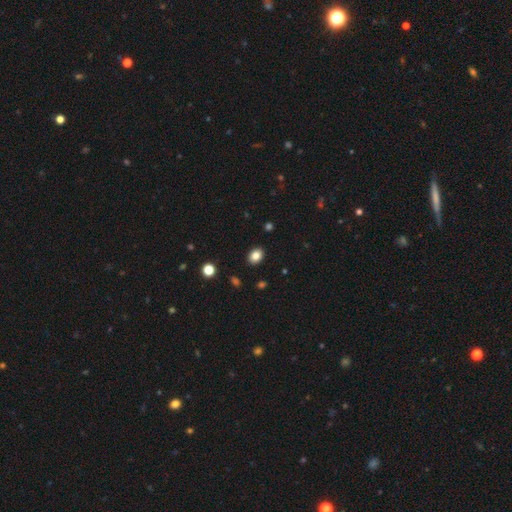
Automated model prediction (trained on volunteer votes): Morphology: type=smooth (84%); roundness=in between (62%); merging=none (89%).